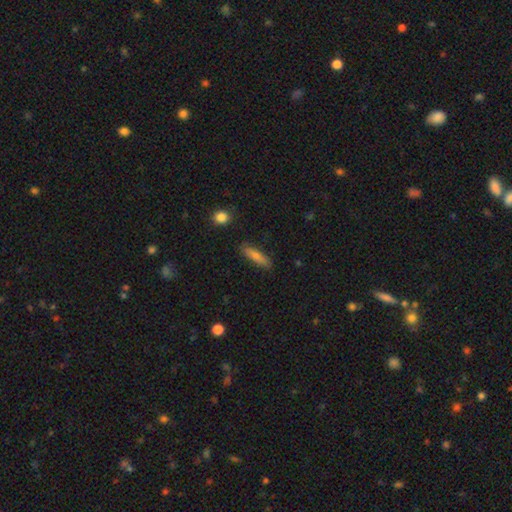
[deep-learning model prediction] smooth_or_featured: smooth (p=0.69) [alt: featured or disk p=0.23]
how_rounded: cigar-shaped (p=0.73) [alt: in between p=0.24]
merging: none (p=0.85) [alt: minor disturbance p=0.11]